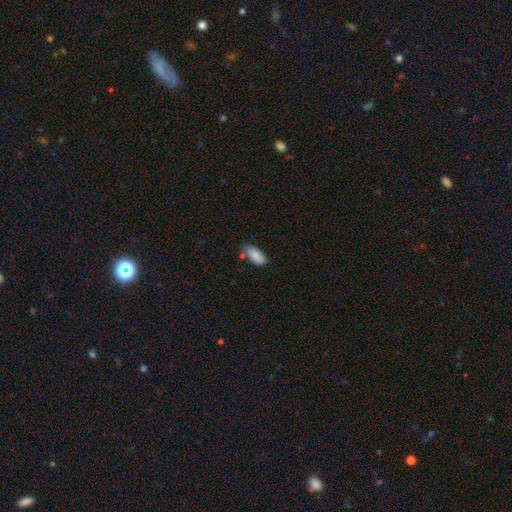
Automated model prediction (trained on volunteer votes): A smooth galaxy with no disk features (84%) that is in between round and cigar-shaped (92%). Merging: none (66%).